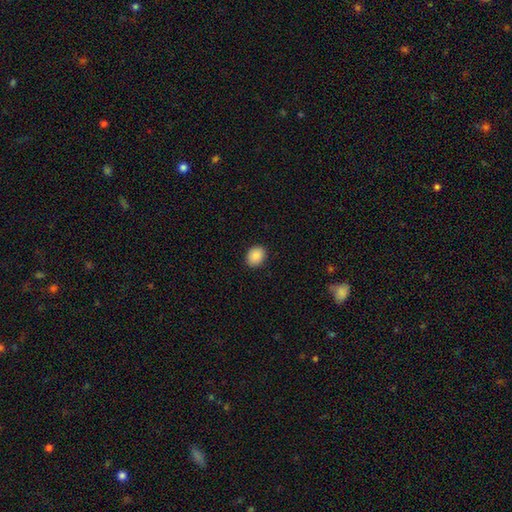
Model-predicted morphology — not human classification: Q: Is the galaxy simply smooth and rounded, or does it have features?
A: smooth — 88%.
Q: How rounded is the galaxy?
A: in between — 54%.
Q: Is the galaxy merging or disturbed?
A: none — 90%.